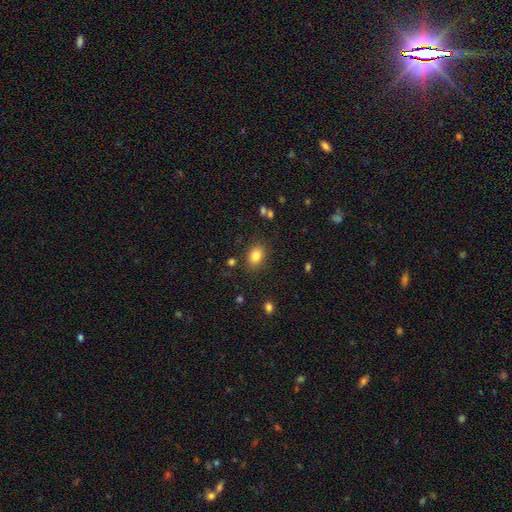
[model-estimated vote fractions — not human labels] Smooth or featured? Predicted: smooth (p=0.83). How rounded? Predicted: in between (p=0.70). Merging? Predicted: none (p=0.83).